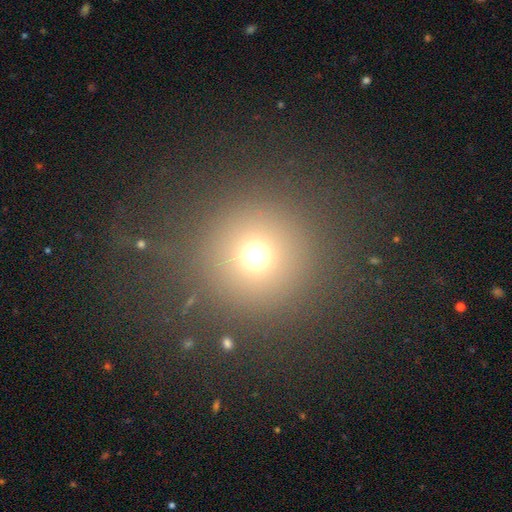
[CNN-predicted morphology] This appears to be a smooth galaxy with no disk features (68%) that is round (96%). Merging: none (86%).